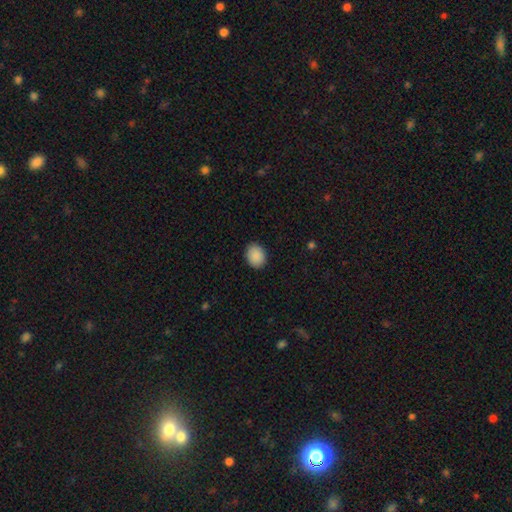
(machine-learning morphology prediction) Smooth or featured?
  - smooth: 90% *
  - star or artifact: 7%
  - featured or disk: 3%
How rounded?
  - in between: 59% *
  - round: 40%
  - cigar-shaped: 1%
Merging?
  - none: 89% *
  - minor disturbance: 8%
  - major disturbance: 2%
  - merger: 1%